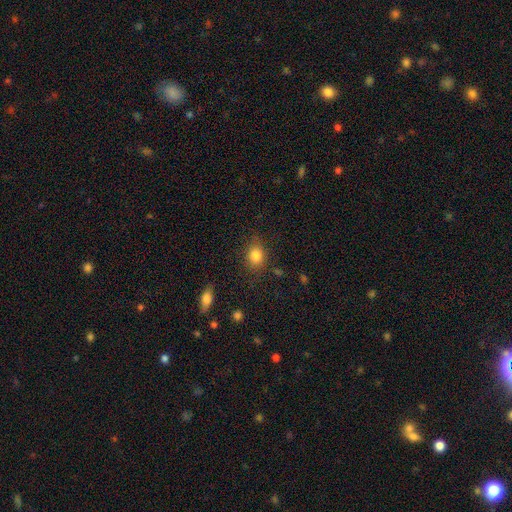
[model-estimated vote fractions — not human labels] Morphology: type=smooth (84%); roundness=in between (56%); merging=none (80%).